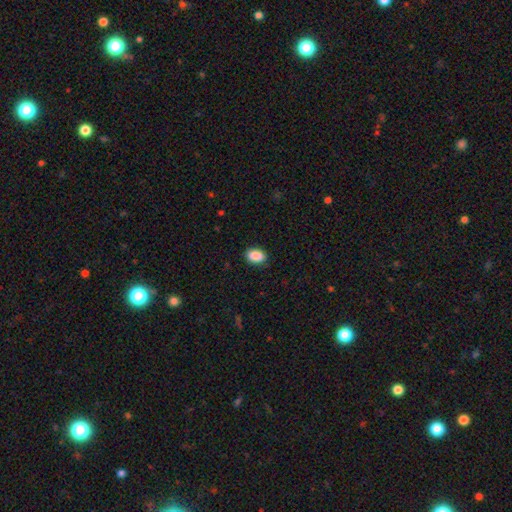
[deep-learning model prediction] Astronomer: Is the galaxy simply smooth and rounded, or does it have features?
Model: smooth — 90%.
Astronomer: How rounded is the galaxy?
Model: in between — 86%.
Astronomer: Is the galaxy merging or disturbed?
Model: none — 88%.